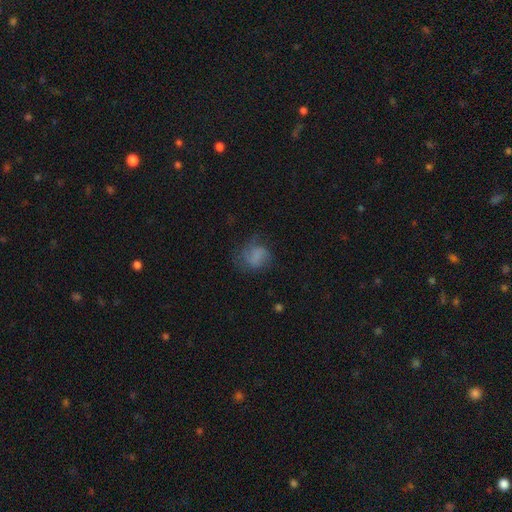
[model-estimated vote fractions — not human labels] smooth-or-featured: smooth: 58% | featured or disk: 31% | star or artifact: 11%
  how-rounded: round: 64% | in between: 35% | cigar-shaped: 1%
  merging: none: 52% | minor disturbance: 25% | major disturbance: 22% | merger: 2%